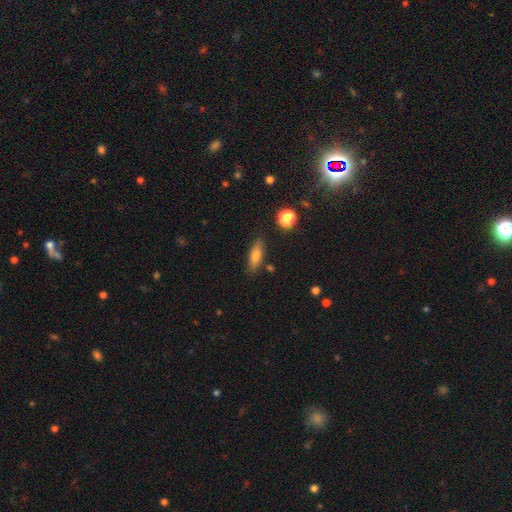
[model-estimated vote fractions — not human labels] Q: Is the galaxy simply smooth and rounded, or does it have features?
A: smooth — 74%.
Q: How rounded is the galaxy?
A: in between — 53%.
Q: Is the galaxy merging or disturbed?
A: none — 82%.